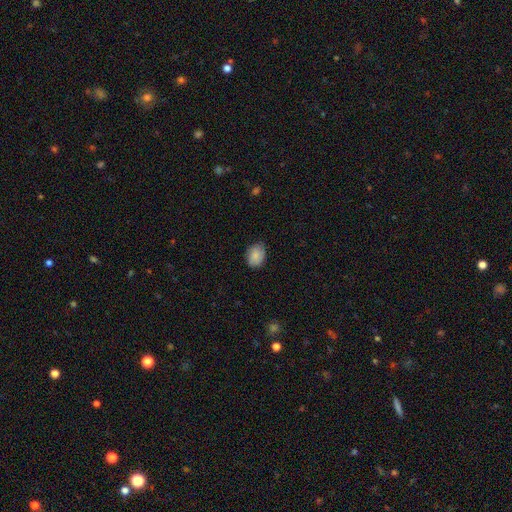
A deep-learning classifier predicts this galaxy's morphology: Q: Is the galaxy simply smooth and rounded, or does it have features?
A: smooth — 87%.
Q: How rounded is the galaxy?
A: in between — 65%.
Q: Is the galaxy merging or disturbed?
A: none — 76%.